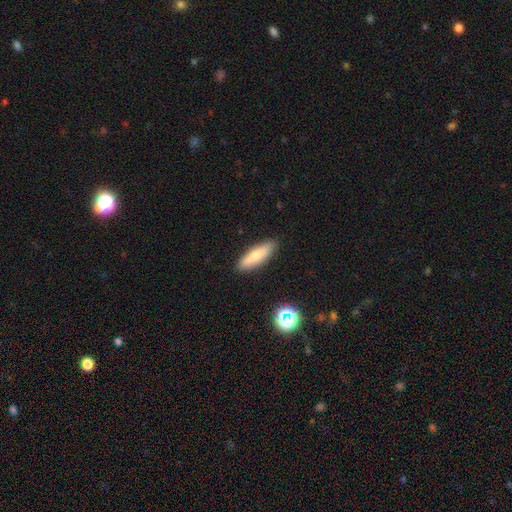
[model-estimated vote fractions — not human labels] Q: Smooth or featured?
A: smooth (71%); runner-up: featured or disk (22%)
Q: How rounded?
A: cigar-shaped (60%); runner-up: in between (38%)
Q: Merging?
A: none (87%); runner-up: minor disturbance (9%)